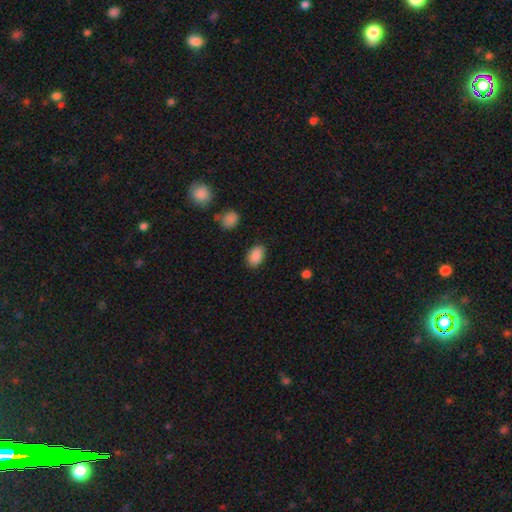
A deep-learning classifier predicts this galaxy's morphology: smooth-or-featured: smooth: 89% | star or artifact: 8% | featured or disk: 3%
  how-rounded: in between: 89% | round: 9% | cigar-shaped: 1%
  merging: none: 85% | minor disturbance: 11% | major disturbance: 3% | merger: 1%